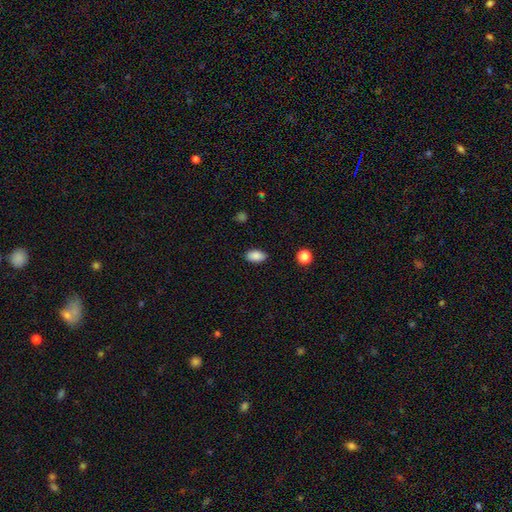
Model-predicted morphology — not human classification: Smooth or featured? smooth (88%)
How rounded? in between (92%)
Merging? none (86%)